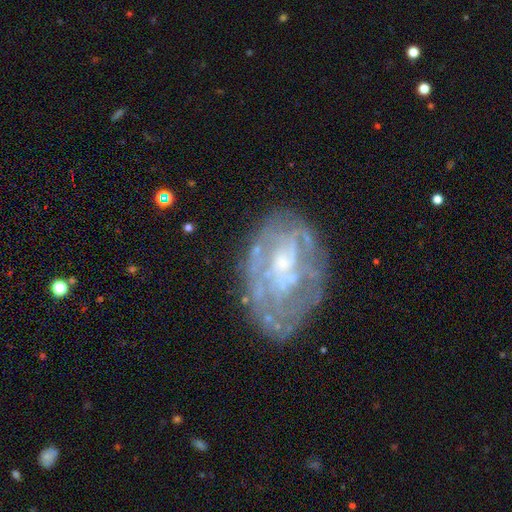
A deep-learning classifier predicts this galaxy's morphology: This appears to be a featured or disk galaxy (71%) with no bar (78%), no spiral arms (62%) and a small central bulge (47%). Merging: none (55%).